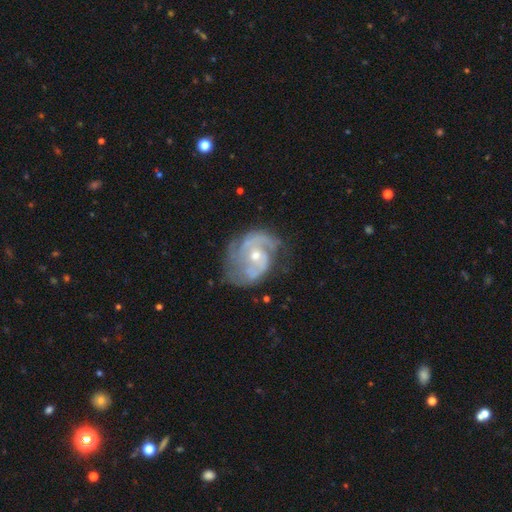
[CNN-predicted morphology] Q: Smooth or featured?
A: featured or disk (88%); runner-up: smooth (7%)
Q: Edge-on disk?
A: no (98%); runner-up: yes (2%)
Q: Bar?
A: no (66%); runner-up: weak (28%)
Q: Spiral arms?
A: yes (96%); runner-up: no (4%)
Q: Spiral winding?
A: tight (44%); tied with: medium (44%)
Q: Spiral arm count?
A: 2 (52%); runner-up: 3 (20%)
Q: Bulge size?
A: moderate (52%); runner-up: small (45%)
Q: Merging?
A: none (62%); runner-up: minor disturbance (24%)